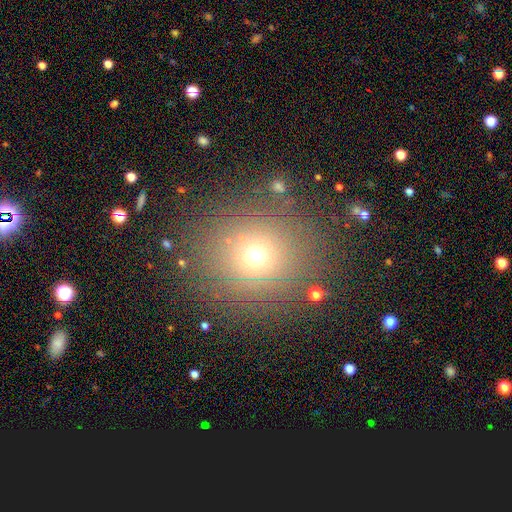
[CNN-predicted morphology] smooth_or_featured: smooth (p=0.64) [alt: star or artifact p=0.24]
how_rounded: round (p=0.77) [alt: in between p=0.22]
merging: none (p=0.81) [alt: minor disturbance p=0.10]